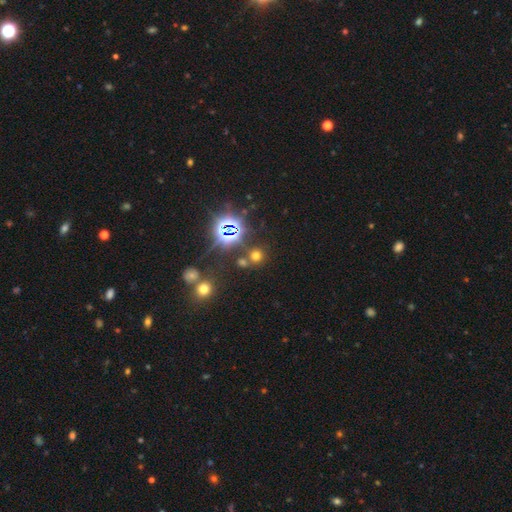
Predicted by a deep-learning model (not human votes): Smooth or featured? smooth (54%)
How rounded? round (88%)
Merging? none (74%)